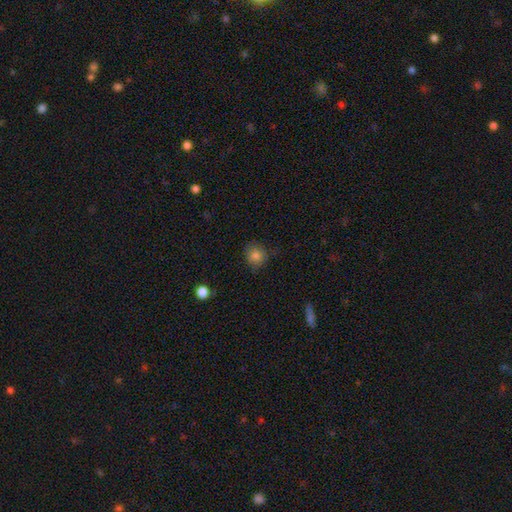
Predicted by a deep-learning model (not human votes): A smooth galaxy with no disk features (82%) that is round (85%).

Vote fractions:
- Smooth or featured? smooth: 82% / star or artifact: 12% / featured or disk: 7%
- How rounded? round: 85% / in between: 14% / cigar-shaped: 1%
- Merging? none: 79% / minor disturbance: 16% / major disturbance: 3% / merger: 1%